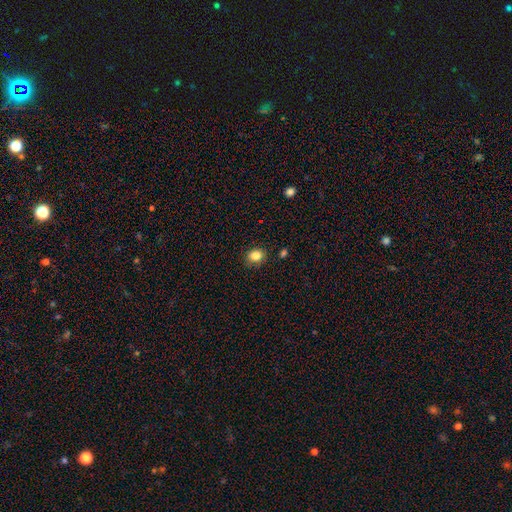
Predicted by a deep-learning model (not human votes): This is clearly a smooth galaxy (84%). How rounded: likely round (63%). Merging: clearly none (82%).